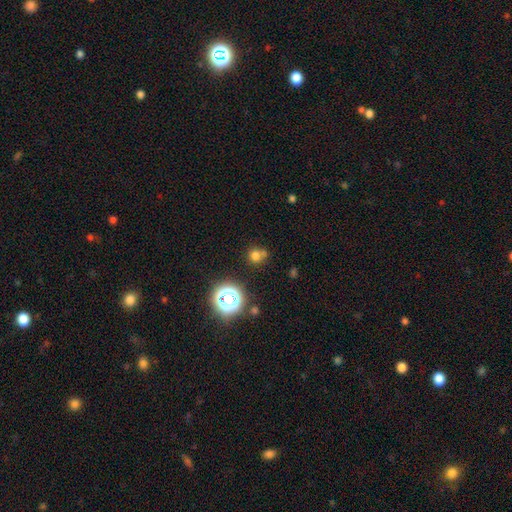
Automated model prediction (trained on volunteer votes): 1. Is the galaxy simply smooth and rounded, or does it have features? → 69% smooth, 22% star or artifact, 9% featured or disk.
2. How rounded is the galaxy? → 86% round, 13% in between, 1% cigar-shaped.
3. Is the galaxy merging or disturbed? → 62% none, 22% merger, 11% minor disturbance, 5% major disturbance.